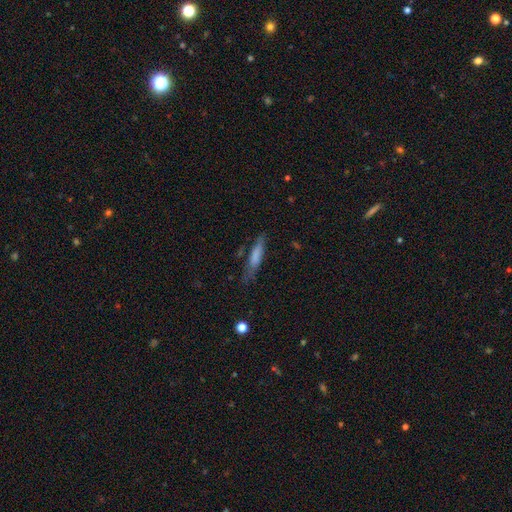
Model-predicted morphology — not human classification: A smooth galaxy with no disk features (72%) that is cigar-shaped (82%). Merging: none (64%).